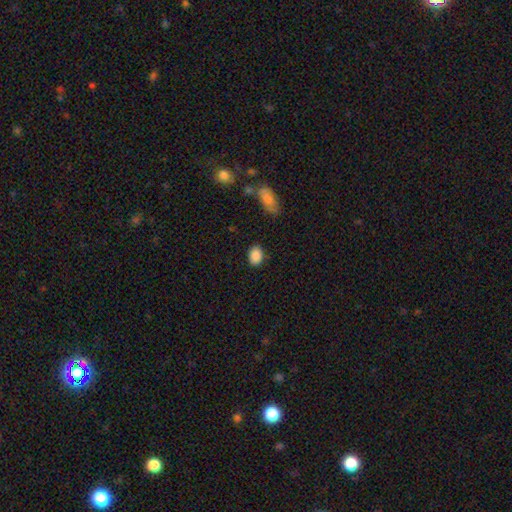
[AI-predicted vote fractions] A smooth galaxy with no disk features (88%) that is in between round and cigar-shaped (73%). Merging: none (85%).